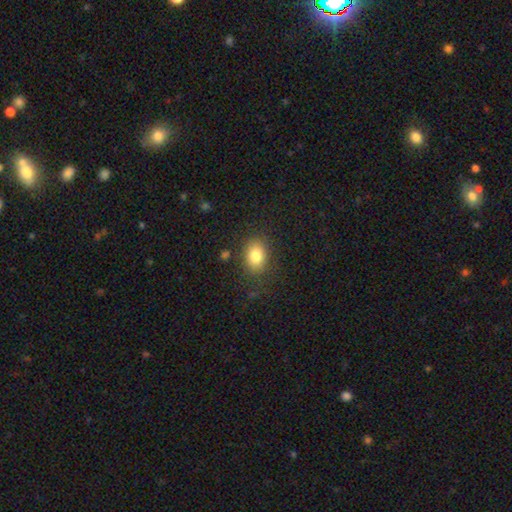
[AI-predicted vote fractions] Q: Smooth or featured?
A: smooth (83%); runner-up: star or artifact (9%)
Q: How rounded?
A: in between (72%); runner-up: round (27%)
Q: Merging?
A: none (83%); runner-up: minor disturbance (11%)